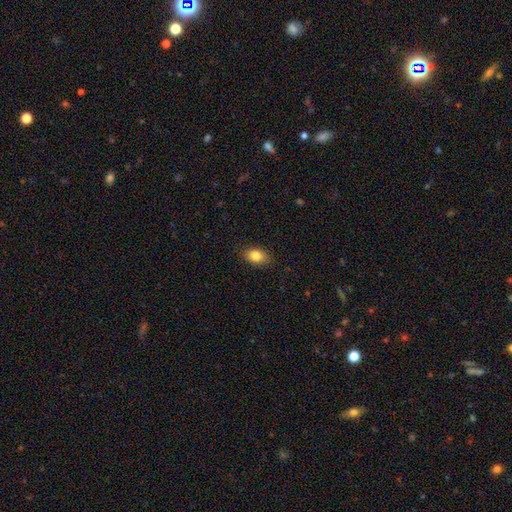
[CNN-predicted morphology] smooth 83%, star or artifact 9%, featured or disk 8%. Down the decision tree: how rounded — in between (77%); merging — none (87%).